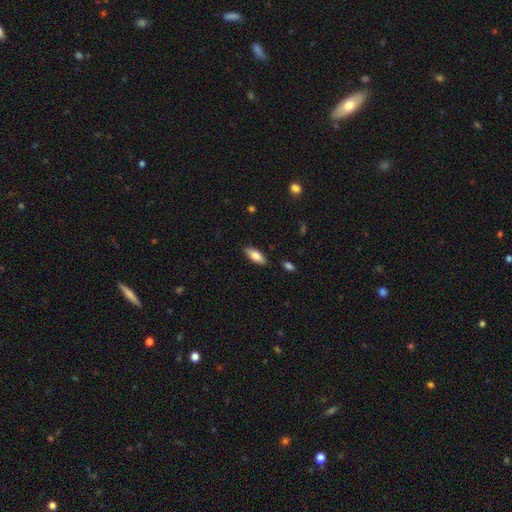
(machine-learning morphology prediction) Smooth or featured?
  - smooth: 81% *
  - featured or disk: 12%
  - star or artifact: 6%
How rounded?
  - in between: 77% *
  - cigar-shaped: 22%
  - round: 2%
Merging?
  - none: 85% *
  - minor disturbance: 11%
  - major disturbance: 2%
  - merger: 2%